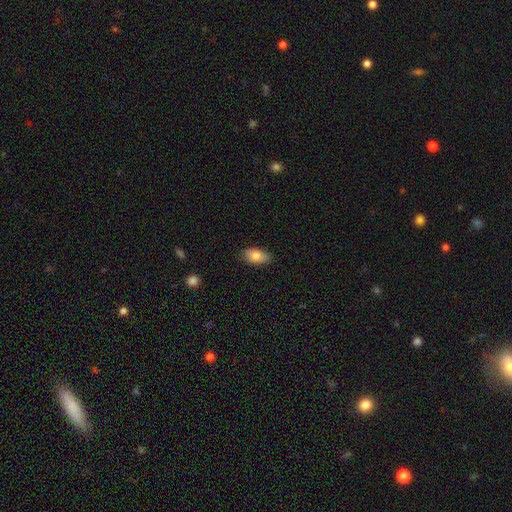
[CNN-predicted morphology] smooth-or-featured: smooth: 81% | featured or disk: 12% | star or artifact: 7%
  how-rounded: in between: 91% | round: 5% | cigar-shaped: 4%
  merging: none: 81% | minor disturbance: 16% | major disturbance: 2% | merger: 1%